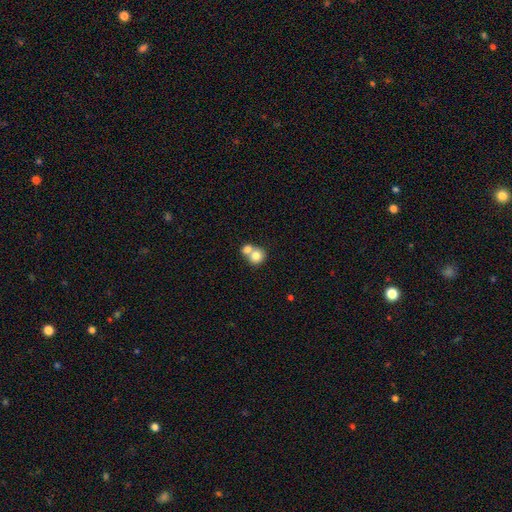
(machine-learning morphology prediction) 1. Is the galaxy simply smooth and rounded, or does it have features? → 78% smooth, 13% featured or disk, 8% star or artifact.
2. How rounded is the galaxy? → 82% round, 18% in between, 1% cigar-shaped.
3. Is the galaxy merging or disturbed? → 62% merger, 30% none, 5% minor disturbance, 2% major disturbance.